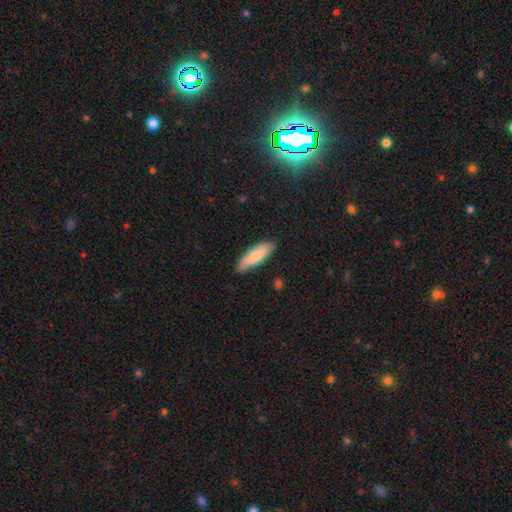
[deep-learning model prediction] This appears to be a smooth galaxy with no disk features (80%) that is in between round and cigar-shaped (58%). Merging: none (81%).